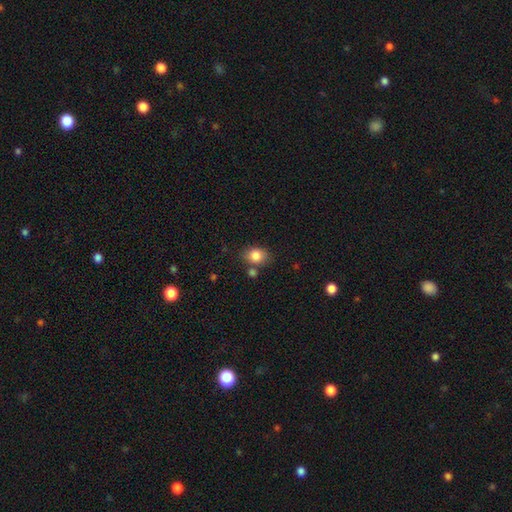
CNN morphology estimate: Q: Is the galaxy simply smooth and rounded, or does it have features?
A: smooth — 84%.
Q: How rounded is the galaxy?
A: in between — 59%.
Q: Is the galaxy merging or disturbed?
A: none — 70%.